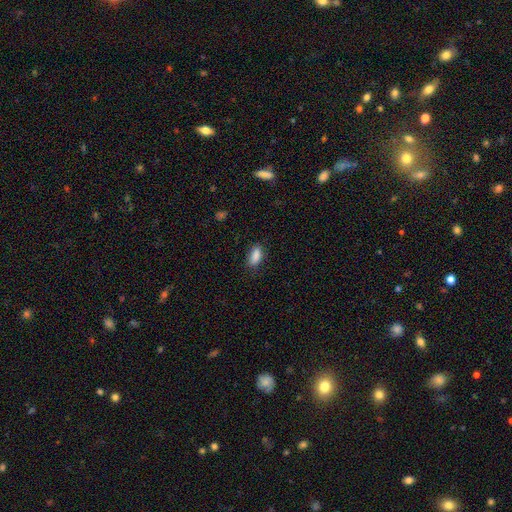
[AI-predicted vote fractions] Morphology: type=smooth (87%); roundness=in between (84%); merging=none (79%).